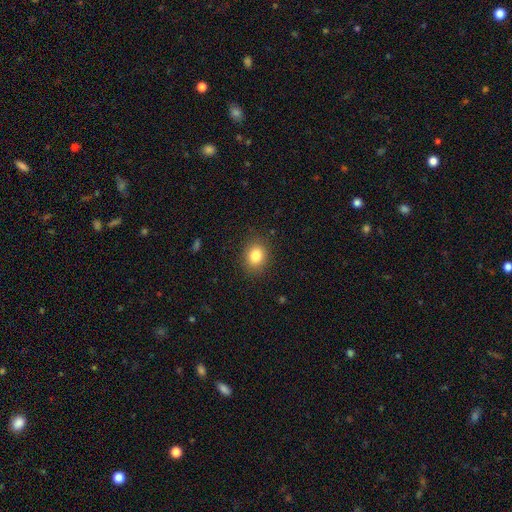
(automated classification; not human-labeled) The model was most divided on "how rounded": round: 61%, in between: 38%, cigar-shaped: 1%. More confident: merging — none (88%); smooth or featured — smooth (82%).